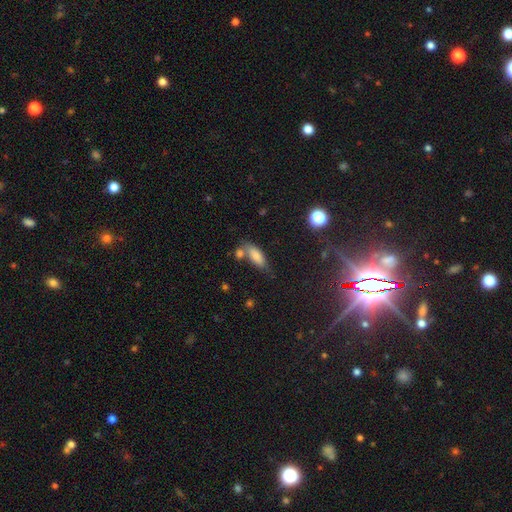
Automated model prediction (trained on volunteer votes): smooth-or-featured: smooth: 81% | featured or disk: 10% | star or artifact: 9%
  how-rounded: in between: 73% | cigar-shaped: 24% | round: 3%
  merging: none: 54% | merger: 23% | minor disturbance: 18% | major disturbance: 6%